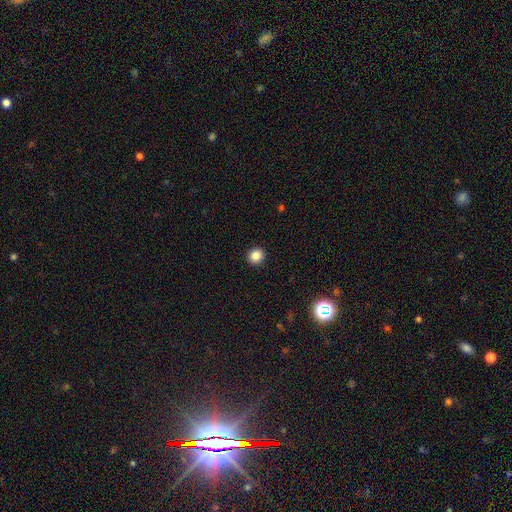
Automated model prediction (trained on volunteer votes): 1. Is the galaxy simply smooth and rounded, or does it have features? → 85% smooth, 11% star or artifact, 4% featured or disk.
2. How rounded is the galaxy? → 91% round, 8% in between, 1% cigar-shaped.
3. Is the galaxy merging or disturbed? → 93% none, 4% minor disturbance, 2% major disturbance, 1% merger.